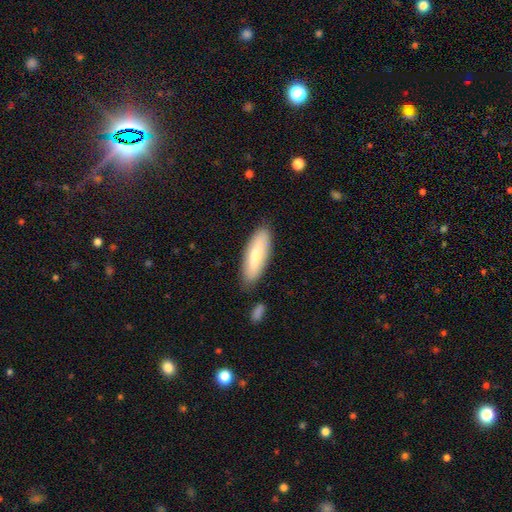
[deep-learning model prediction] This is likely a smooth galaxy (67%). How rounded: possibly in between (53%). Merging: clearly none (83%).